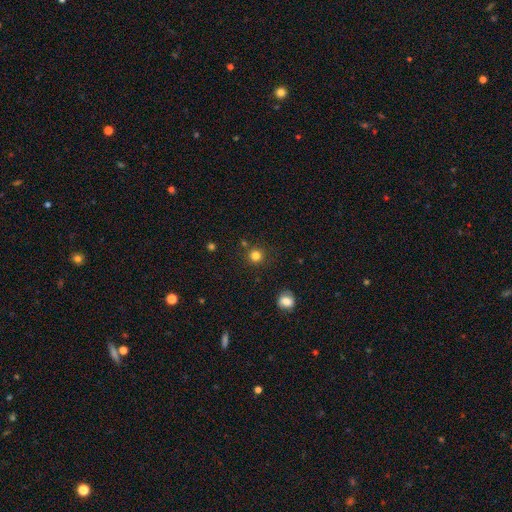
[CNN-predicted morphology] Overall: smooth (81%). How rounded: round (93%). Merging: none (85%).